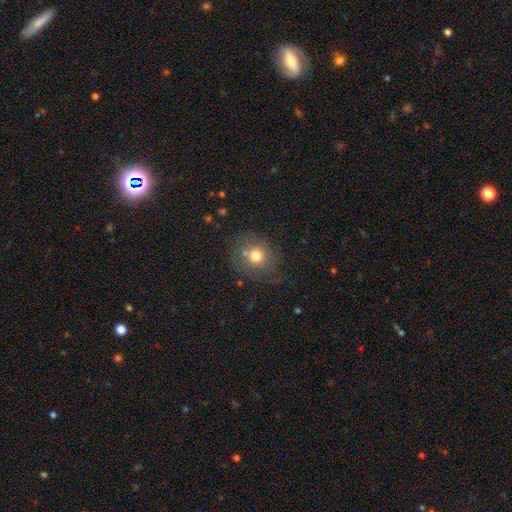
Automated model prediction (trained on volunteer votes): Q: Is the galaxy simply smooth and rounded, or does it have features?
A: smooth — 72%.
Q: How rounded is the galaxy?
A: round — 84%.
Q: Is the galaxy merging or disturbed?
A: none — 69%.